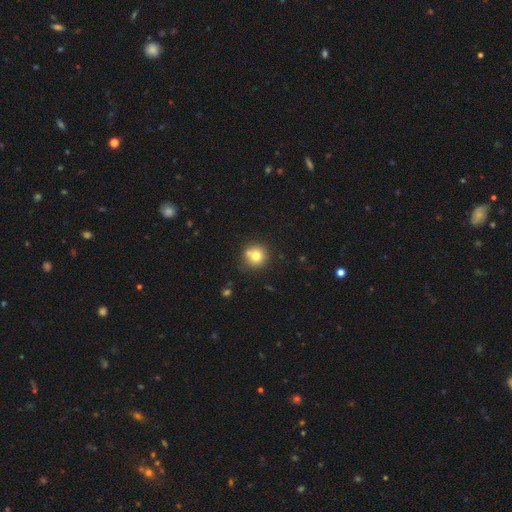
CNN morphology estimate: This appears to be a smooth galaxy with no disk features (76%) that is round (92%). Merging: none (71%).